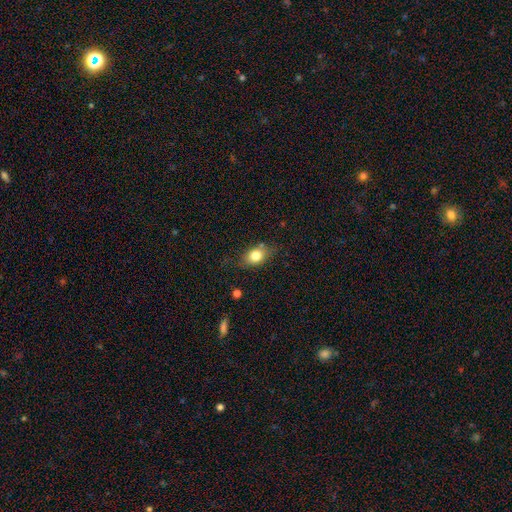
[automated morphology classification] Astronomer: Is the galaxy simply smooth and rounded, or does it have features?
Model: smooth — 78%.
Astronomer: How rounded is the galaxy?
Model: in between — 69%.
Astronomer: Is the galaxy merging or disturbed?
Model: none — 71%.